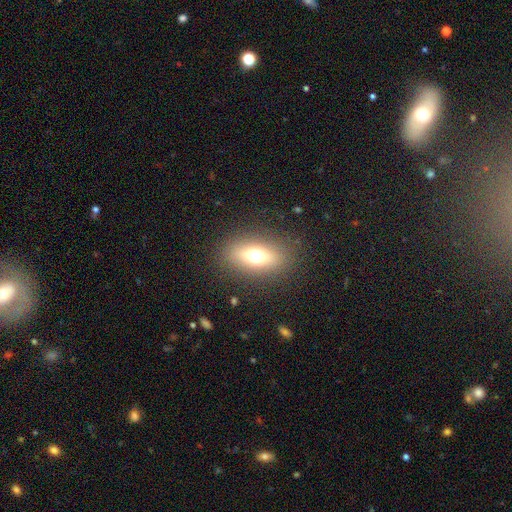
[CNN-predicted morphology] Smooth or featured? Predicted: smooth (p=0.57). How rounded? Predicted: in between (p=0.68). Merging? Predicted: none (p=0.85).